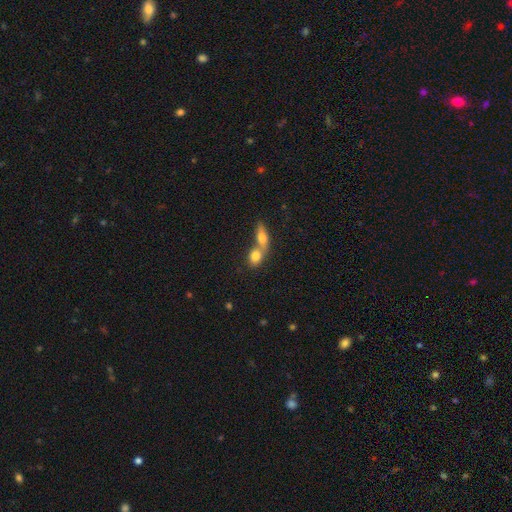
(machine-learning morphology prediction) Smooth or featured: smooth — 79% (featured or disk — 13%)
How rounded: in between — 61% (round — 32%)
Merging: merger — 64% (none — 27%)